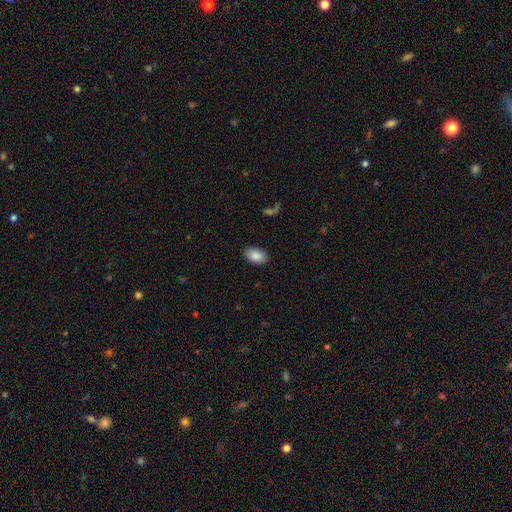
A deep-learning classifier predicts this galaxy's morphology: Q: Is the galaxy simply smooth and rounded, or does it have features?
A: smooth — 87%.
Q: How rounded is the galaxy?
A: in between — 91%.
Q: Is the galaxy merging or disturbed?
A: none — 88%.